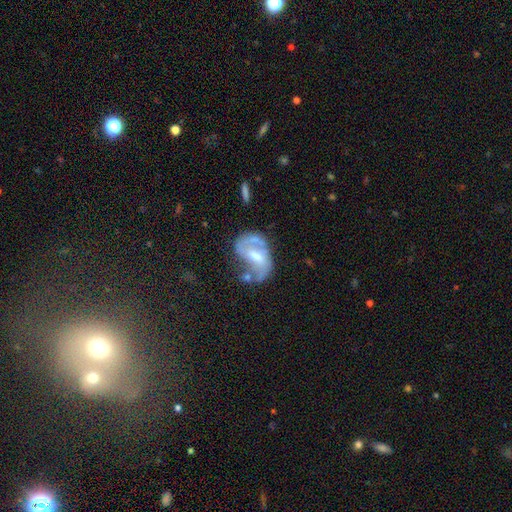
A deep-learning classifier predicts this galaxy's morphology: Overall: featured or disk (73%). Edge-on disk: no (97%). Bar: weak (49%; no 34%). Spiral arms: yes (73%). Spiral arm count: 2 (61%). Spiral winding: medium (43%; loose 34%). Bulge size: moderate (57%; small 24%). Merging: none (37%; major disturbance 24%).